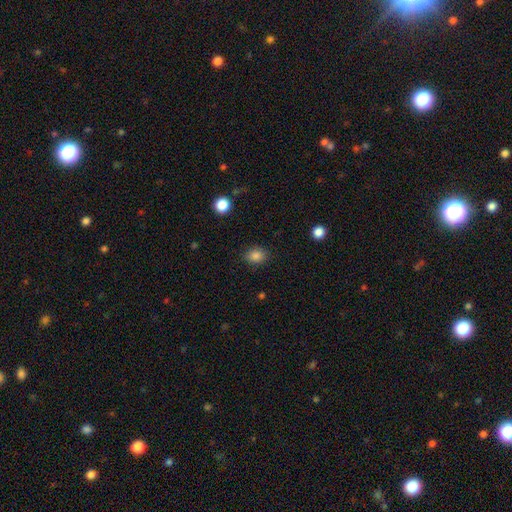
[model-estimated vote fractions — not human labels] Smooth or featured? smooth (85%)
How rounded? round (54%)
Merging? none (86%)